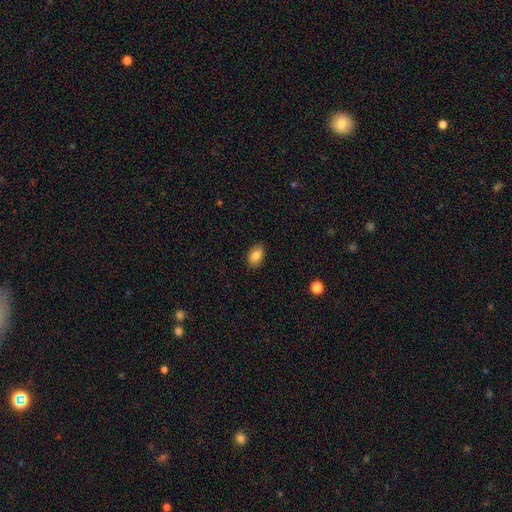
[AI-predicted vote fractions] Morphology: type=smooth (84%); roundness=in between (91%); merging=none (88%).